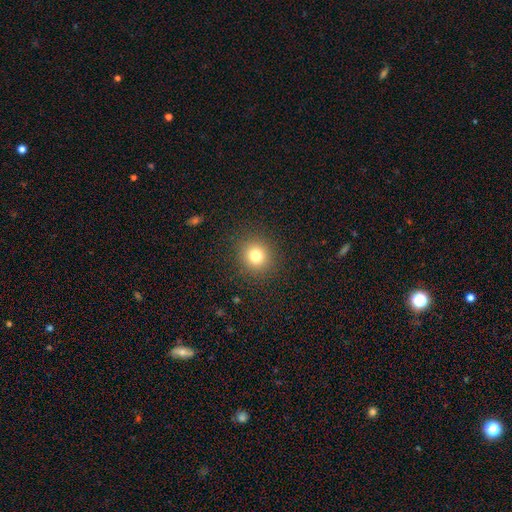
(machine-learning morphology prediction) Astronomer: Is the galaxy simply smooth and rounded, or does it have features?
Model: smooth — 78%.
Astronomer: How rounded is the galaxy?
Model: round — 89%.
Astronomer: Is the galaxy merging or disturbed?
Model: none — 90%.